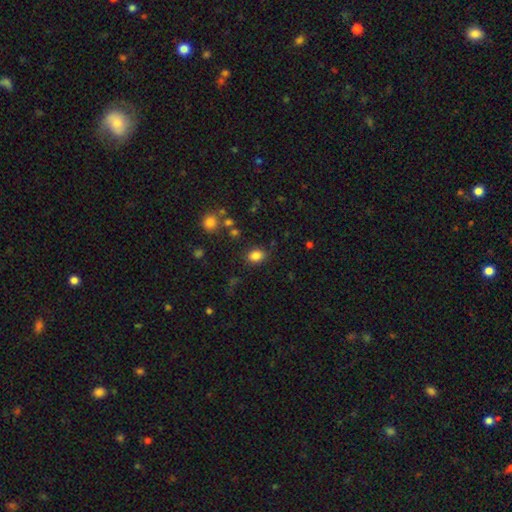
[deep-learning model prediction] A smooth galaxy with no disk features (84%) that is in between round and cigar-shaped (62%).

Vote fractions:
- Smooth or featured? smooth: 84% / star or artifact: 11% / featured or disk: 5%
- How rounded? in between: 62% / round: 37% / cigar-shaped: 1%
- Merging? none: 83% / minor disturbance: 11% / major disturbance: 4% / merger: 3%